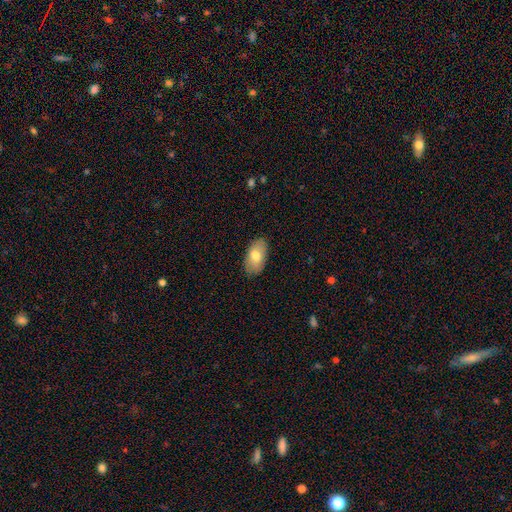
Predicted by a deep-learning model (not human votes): The model was most divided on "smooth or featured": smooth: 75%, featured or disk: 18%, star or artifact: 6%. More confident: how rounded — in between (94%); merging — none (85%).